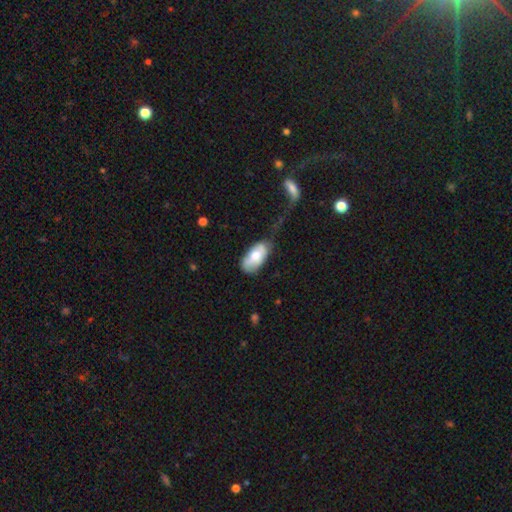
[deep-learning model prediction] Smooth or featured: smooth — 67% (featured or disk — 27%)
How rounded: in between — 93% (cigar-shaped — 4%)
Merging: none — 51% (minor disturbance — 31%)